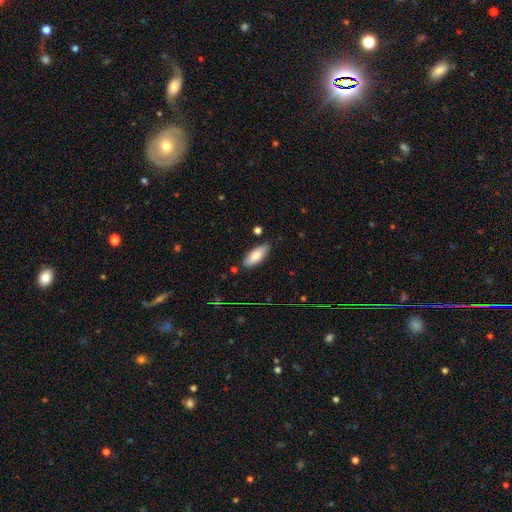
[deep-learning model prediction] Morphology: type=smooth (82%); roundness=in between (82%); merging=none (81%).